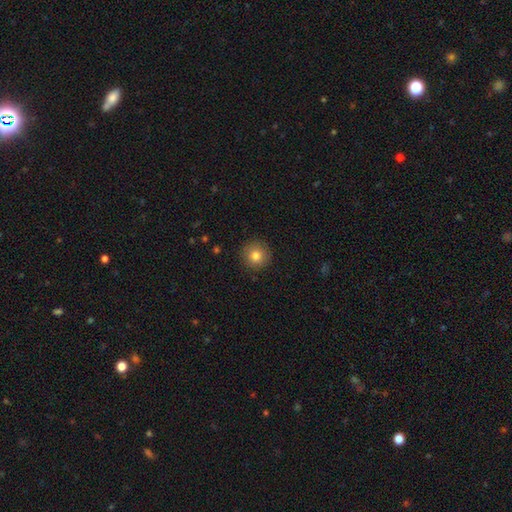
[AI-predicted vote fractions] smooth_or_featured: smooth (p=0.81) [alt: star or artifact p=0.10]
how_rounded: round (p=0.95) [alt: in between p=0.04]
merging: none (p=0.90) [alt: minor disturbance p=0.07]